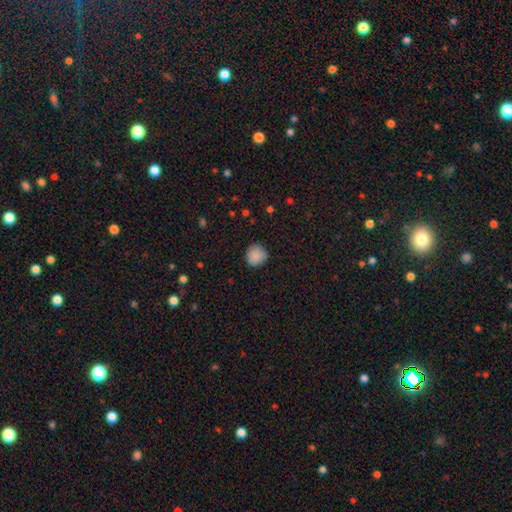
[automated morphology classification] Overall: smooth (88%). How rounded: round (91%). Merging: none (85%).